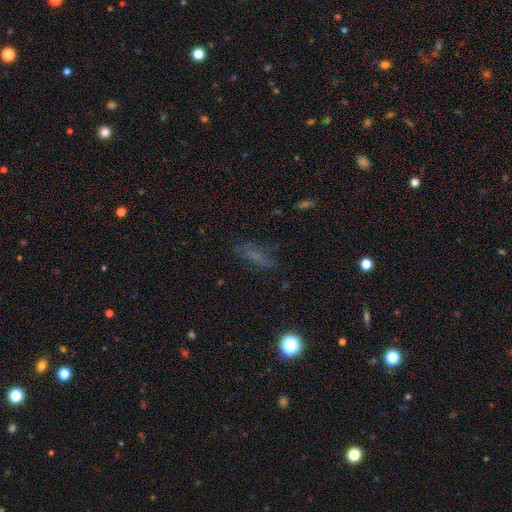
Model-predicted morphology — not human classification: Smooth or featured?
  - smooth: 53% *
  - featured or disk: 24%
  - star or artifact: 23%
How rounded?
  - in between: 48% *
  - cigar-shaped: 45%
  - round: 7%
Merging?
  - none: 69% *
  - minor disturbance: 18%
  - major disturbance: 10%
  - merger: 2%